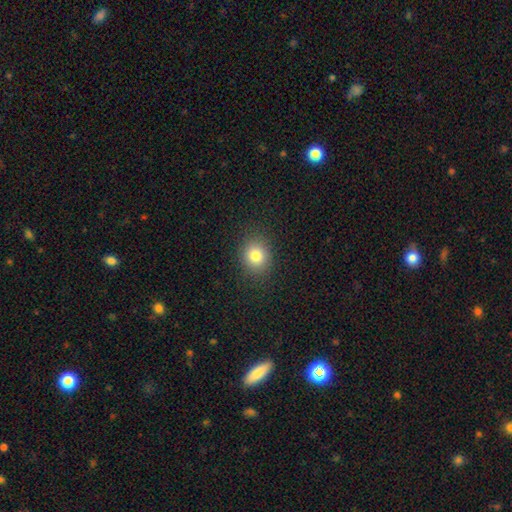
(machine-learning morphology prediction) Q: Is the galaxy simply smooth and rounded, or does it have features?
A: smooth — 80%.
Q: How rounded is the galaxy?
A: round — 72%.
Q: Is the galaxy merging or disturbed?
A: none — 88%.